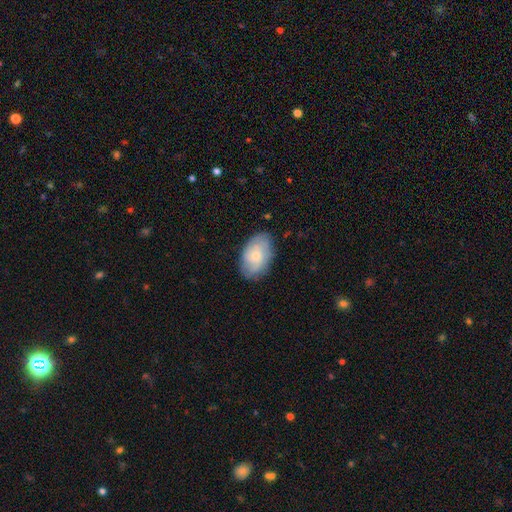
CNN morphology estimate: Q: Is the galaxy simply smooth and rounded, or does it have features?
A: smooth — 59%.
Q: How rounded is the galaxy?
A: in between — 91%.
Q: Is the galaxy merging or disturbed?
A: none — 78%.